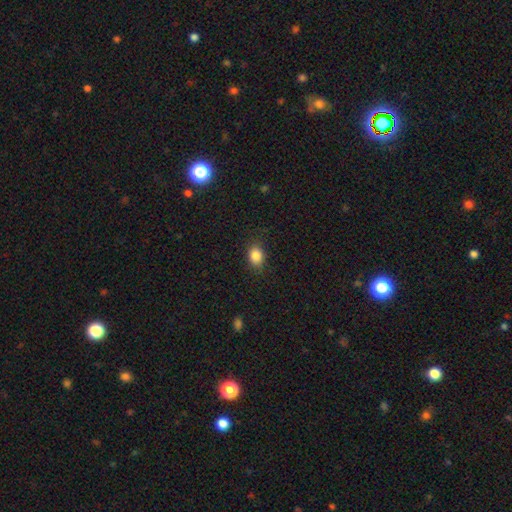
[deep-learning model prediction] smooth_or_featured: smooth (p=0.86) [alt: star or artifact p=0.10]
how_rounded: in between (p=0.55) [alt: round p=0.44]
merging: none (p=0.84) [alt: minor disturbance p=0.12]